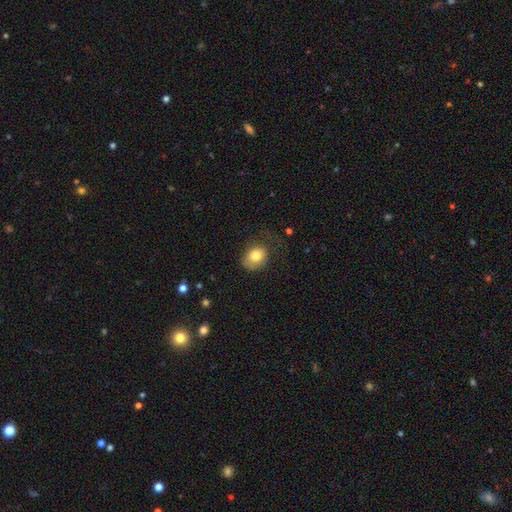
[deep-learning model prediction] A smooth galaxy with no disk features (79%) that is in between round and cigar-shaped (52%). Merging: none (54%).